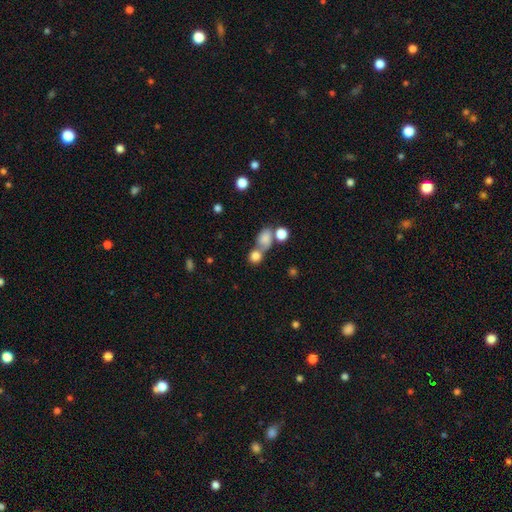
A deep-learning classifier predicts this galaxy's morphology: The model was most divided on "merging": merger: 45%, none: 41%, minor disturbance: 8%, major disturbance: 5%. More confident: smooth or featured — smooth (79%); how rounded — round (73%).